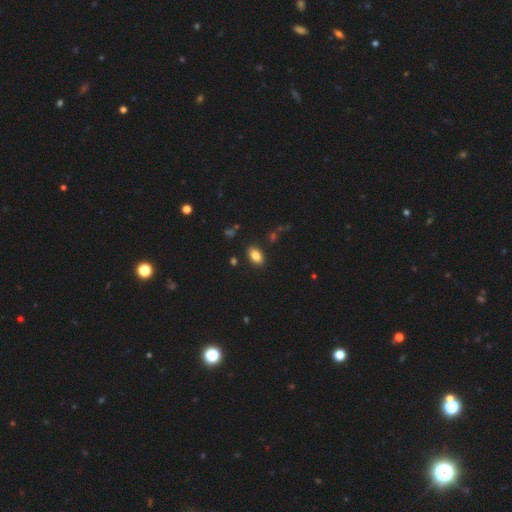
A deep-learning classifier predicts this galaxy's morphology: Smooth or featured? Predicted: smooth (p=0.84). How rounded? Predicted: in between (p=0.91). Merging? Predicted: none (p=0.87).